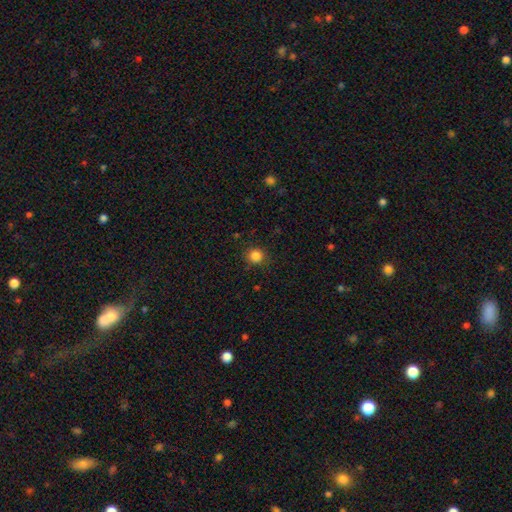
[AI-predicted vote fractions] A smooth galaxy with no disk features (85%) that is round (91%). Merging: none (88%).